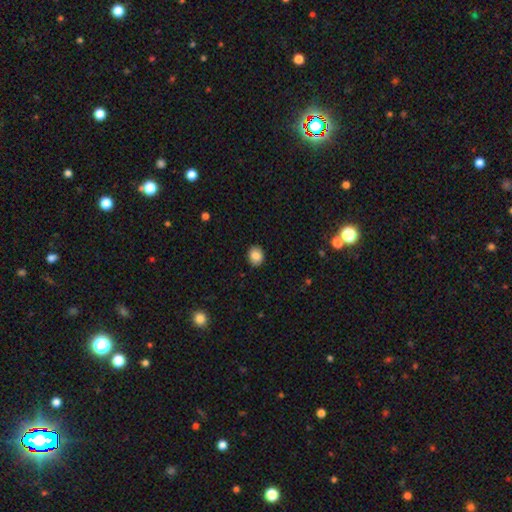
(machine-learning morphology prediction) Overall: smooth (86%). How rounded: round (61%; in between 38%). Merging: none (90%).